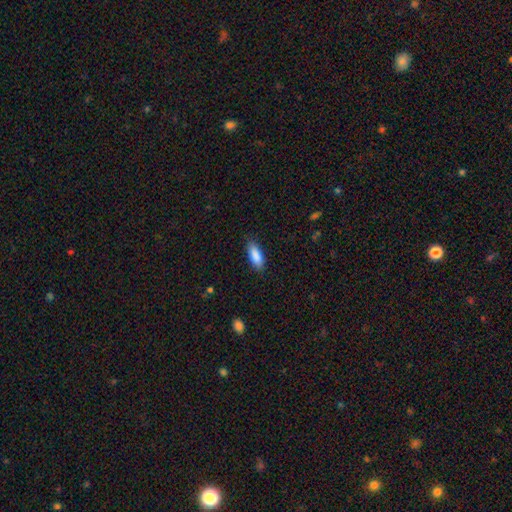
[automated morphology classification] The model was most divided on "how rounded": in between: 73%, cigar-shaped: 25%, round: 2%. More confident: smooth or featured — smooth (88%); merging — none (85%).